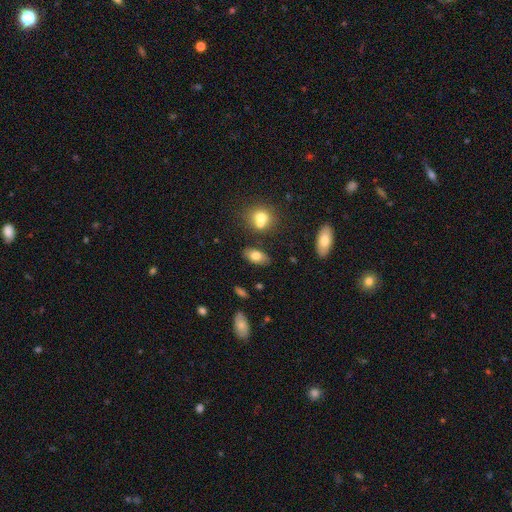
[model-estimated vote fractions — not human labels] Q: Smooth or featured?
A: smooth (74%); runner-up: featured or disk (17%)
Q: How rounded?
A: in between (91%); runner-up: round (5%)
Q: Merging?
A: none (78%); runner-up: minor disturbance (13%)